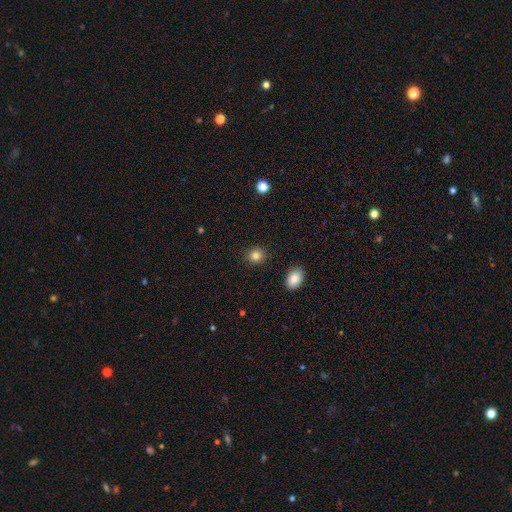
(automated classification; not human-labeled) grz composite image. It shows a smooth galaxy with no disk features (84%) that is round (85%). Merging: none (90%).